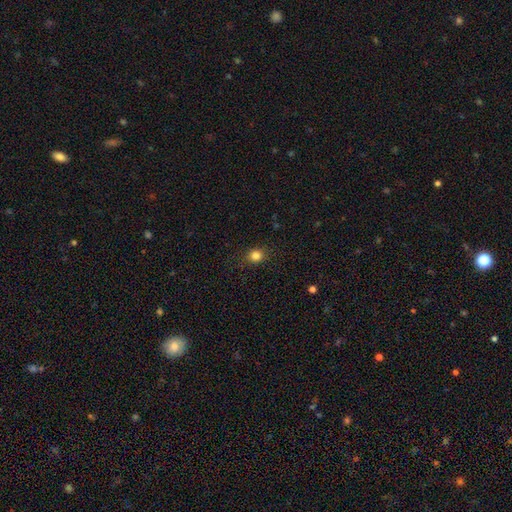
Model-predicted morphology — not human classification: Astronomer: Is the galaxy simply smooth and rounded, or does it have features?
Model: smooth — 82%.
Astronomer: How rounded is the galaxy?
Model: round — 75%.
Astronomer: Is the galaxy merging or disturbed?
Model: none — 87%.